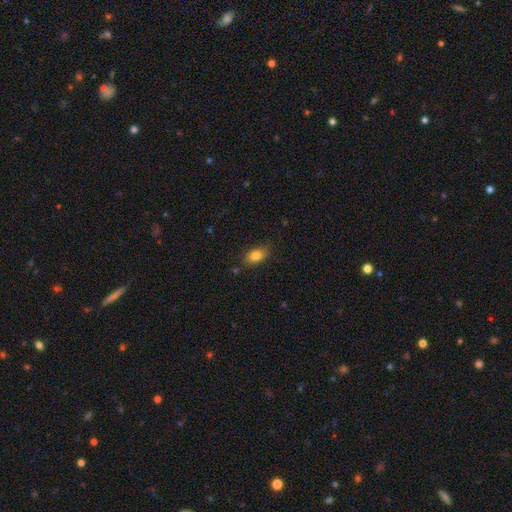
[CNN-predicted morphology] Q: Smooth or featured?
A: smooth (82%); runner-up: star or artifact (9%)
Q: How rounded?
A: in between (85%); runner-up: round (12%)
Q: Merging?
A: none (80%); runner-up: minor disturbance (15%)